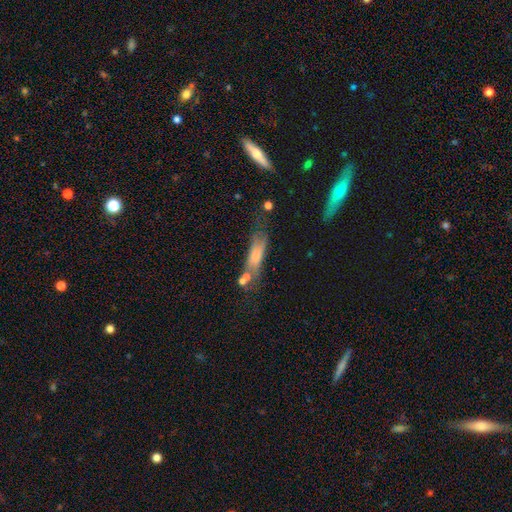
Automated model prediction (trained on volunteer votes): This is likely a smooth galaxy (64%). How rounded: possibly cigar-shaped (58%). Merging: marginally none (43%).